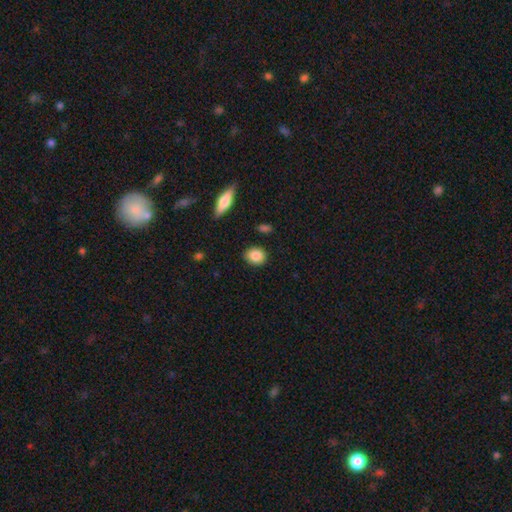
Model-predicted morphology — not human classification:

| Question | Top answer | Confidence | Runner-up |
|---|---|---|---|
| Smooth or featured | smooth | 87% | star or artifact (8%) |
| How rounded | round | 57% | in between (41%) |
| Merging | none | 87% | minor disturbance (10%) |